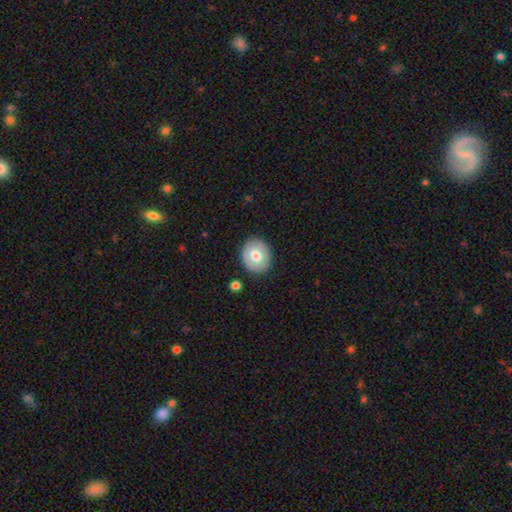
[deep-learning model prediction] smooth_or_featured: smooth (p=0.64) [alt: featured or disk p=0.30]
how_rounded: round (p=0.64) [alt: in between p=0.35]
merging: none (p=0.86) [alt: minor disturbance p=0.10]